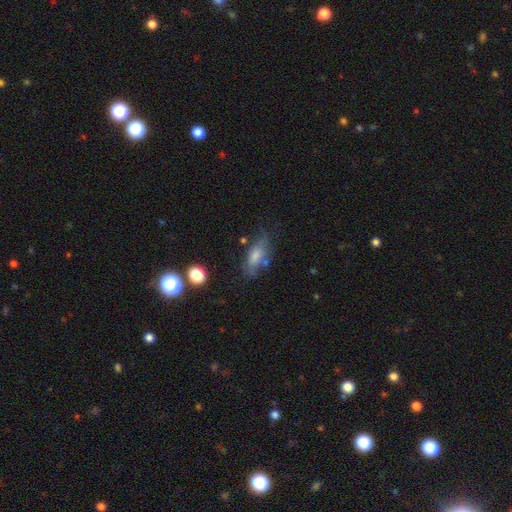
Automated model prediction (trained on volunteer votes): Smooth or featured: smooth — 61% (featured or disk — 25%)
How rounded: in between — 73% (cigar-shaped — 20%)
Merging: none — 65% (minor disturbance — 22%)